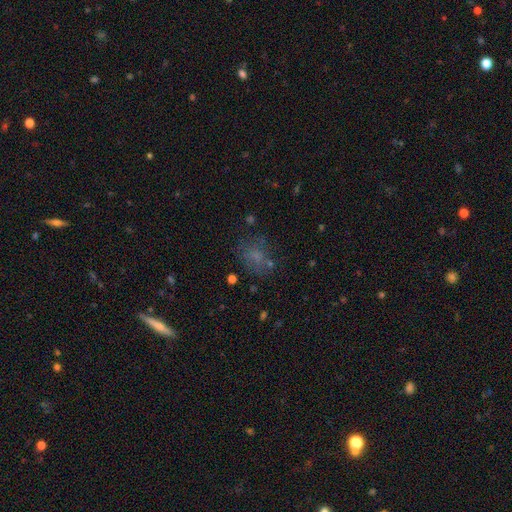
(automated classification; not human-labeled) smooth 60%, star or artifact 21%, featured or disk 19%. Down the decision tree: how rounded — in between (52%); merging — none (61%).